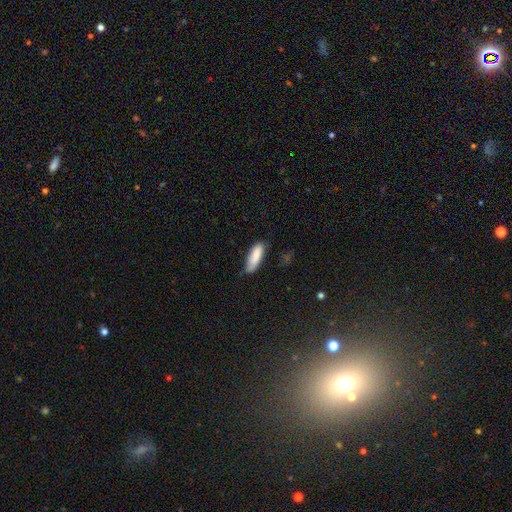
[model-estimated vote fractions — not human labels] A smooth galaxy with no disk features (85%) that is in between round and cigar-shaped (62%).

Vote fractions:
- Smooth or featured? smooth: 85% / featured or disk: 9% / star or artifact: 6%
- How rounded? in between: 62% / cigar-shaped: 37% / round: 2%
- Merging? none: 58% / minor disturbance: 33% / major disturbance: 7% / merger: 2%